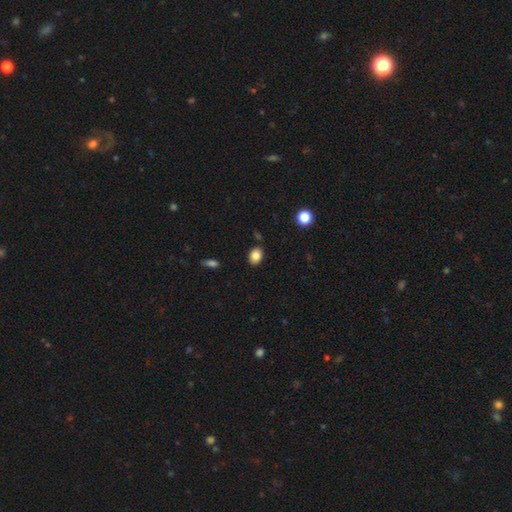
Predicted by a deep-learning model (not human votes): The model was most divided on "how rounded": in between: 65%, round: 34%, cigar-shaped: 1%. More confident: merging — none (87%); smooth or featured — smooth (85%).